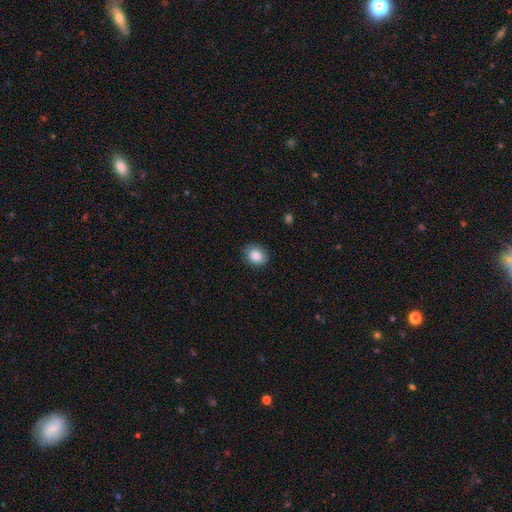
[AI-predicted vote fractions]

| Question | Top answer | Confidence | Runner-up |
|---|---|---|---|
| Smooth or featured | smooth | 86% | star or artifact (8%) |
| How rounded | in between | 51% | round (48%) |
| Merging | none | 85% | minor disturbance (12%) |